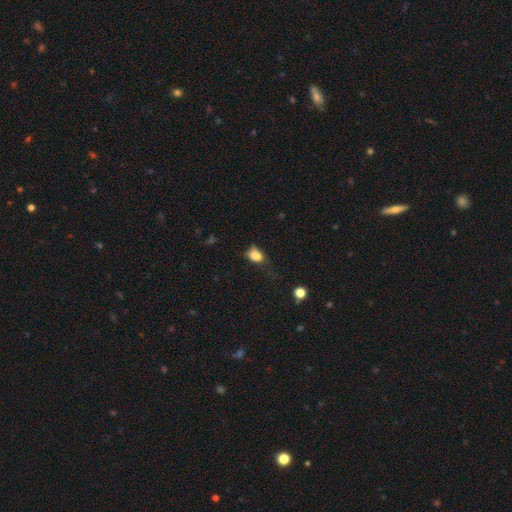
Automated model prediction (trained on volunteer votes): This is likely a smooth galaxy (78%). How rounded: likely in between (71%). Merging: marginally minor disturbance (32%).